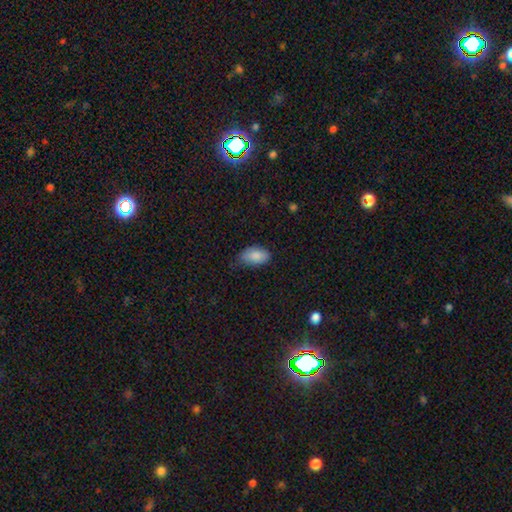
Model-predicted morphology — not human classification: Q: Smooth or featured?
A: smooth (87%); runner-up: star or artifact (7%)
Q: How rounded?
A: in between (94%); runner-up: round (4%)
Q: Merging?
A: none (61%); runner-up: minor disturbance (32%)